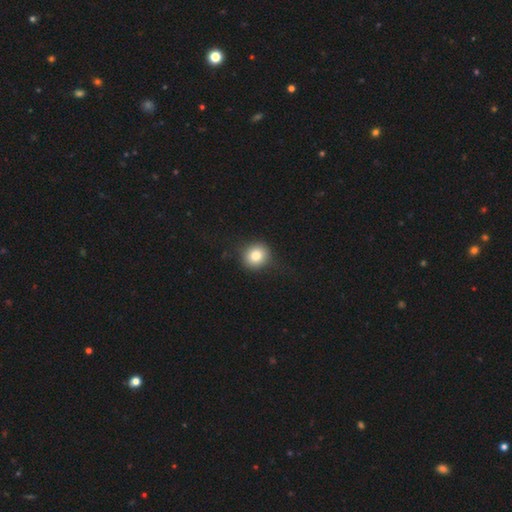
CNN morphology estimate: Smooth or featured?
  - smooth: 82% *
  - star or artifact: 10%
  - featured or disk: 8%
How rounded?
  - round: 87% *
  - in between: 12%
  - cigar-shaped: 1%
Merging?
  - none: 86% *
  - minor disturbance: 10%
  - major disturbance: 3%
  - merger: 1%